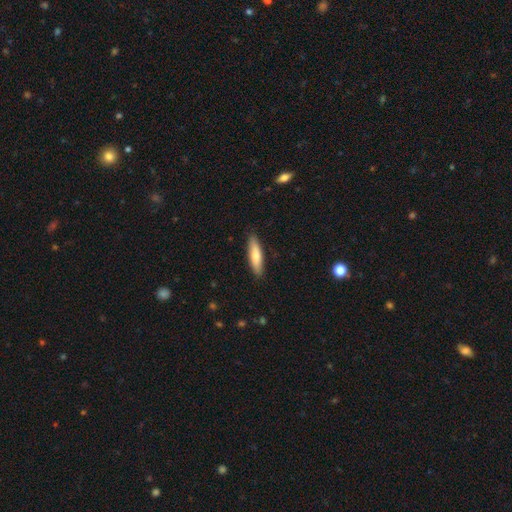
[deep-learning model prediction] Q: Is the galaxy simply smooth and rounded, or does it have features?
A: smooth — 73%.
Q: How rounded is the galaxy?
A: cigar-shaped — 68%.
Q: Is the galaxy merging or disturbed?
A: none — 88%.